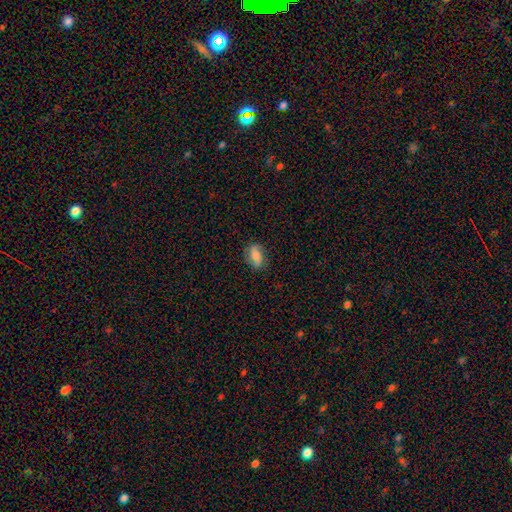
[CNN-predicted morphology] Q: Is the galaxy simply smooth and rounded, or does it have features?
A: smooth — 67%.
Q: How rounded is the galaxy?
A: in between — 82%.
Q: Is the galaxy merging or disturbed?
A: none — 79%.